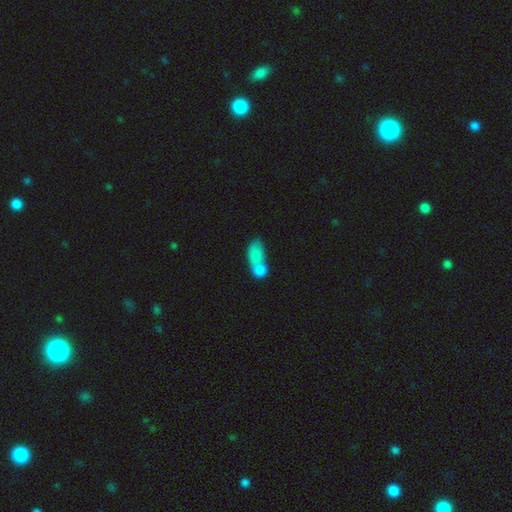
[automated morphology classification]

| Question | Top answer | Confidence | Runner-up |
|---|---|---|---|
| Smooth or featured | smooth | 80% | featured or disk (12%) |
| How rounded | in between | 76% | round (19%) |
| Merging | merger | 66% | none (19%) |